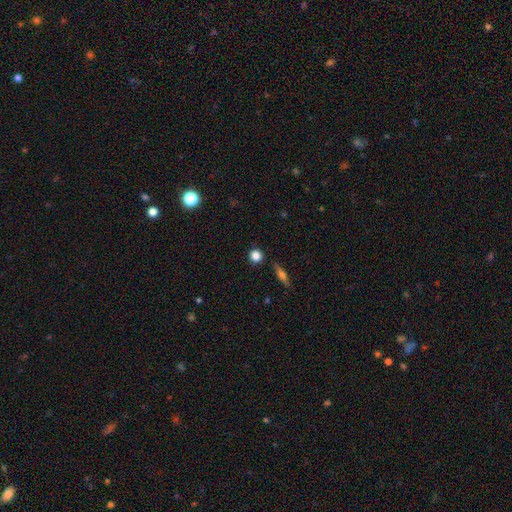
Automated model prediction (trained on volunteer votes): Q: Smooth or featured?
A: smooth (81%); runner-up: star or artifact (11%)
Q: How rounded?
A: round (91%); runner-up: in between (7%)
Q: Merging?
A: none (86%); runner-up: minor disturbance (8%)